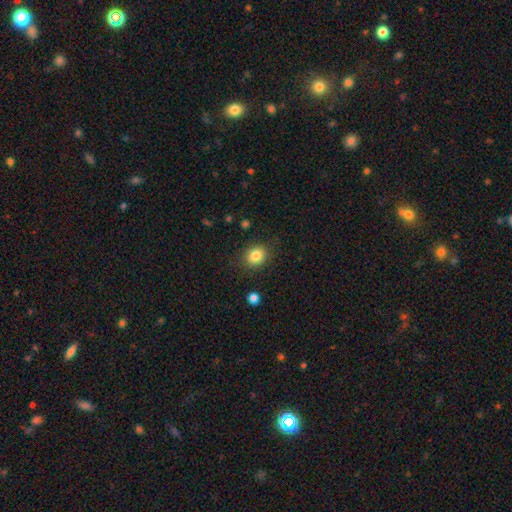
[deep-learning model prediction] Smooth or featured?
  - smooth: 83% *
  - star or artifact: 10%
  - featured or disk: 6%
How rounded?
  - round: 63% *
  - in between: 36%
  - cigar-shaped: 1%
Merging?
  - none: 85% *
  - minor disturbance: 10%
  - major disturbance: 3%
  - merger: 2%